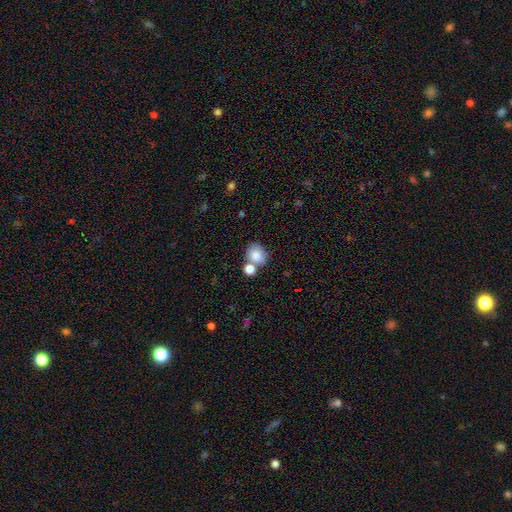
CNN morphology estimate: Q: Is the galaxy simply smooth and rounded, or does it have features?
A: smooth — 80%.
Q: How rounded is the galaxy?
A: round — 57%.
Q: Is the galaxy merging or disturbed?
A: none — 51%.